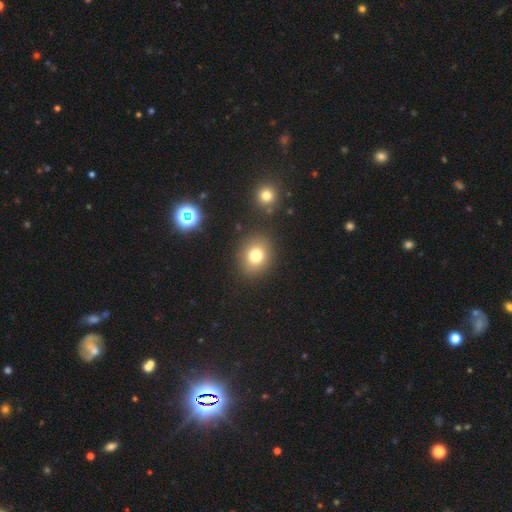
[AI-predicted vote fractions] smooth-or-featured: smooth: 76% | star or artifact: 14% | featured or disk: 10%
  how-rounded: round: 65% | in between: 34% | cigar-shaped: 1%
  merging: none: 84% | minor disturbance: 9% | merger: 4% | major disturbance: 3%